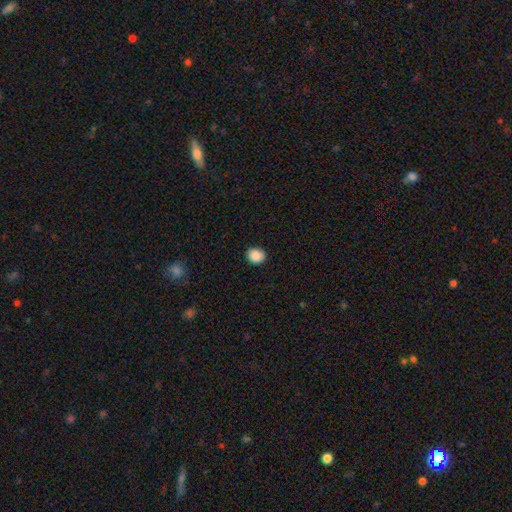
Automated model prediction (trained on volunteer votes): This appears to be a smooth galaxy with no disk features (88%) that is round (68%). Merging: none (89%).